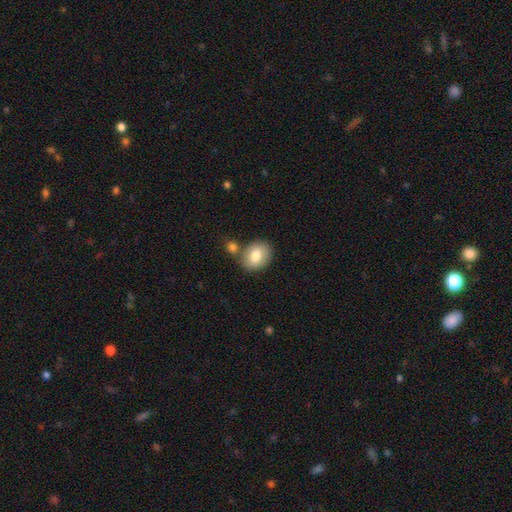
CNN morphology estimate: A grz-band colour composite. It shows a smooth galaxy with no disk features (79%) that is in between round and cigar-shaped (58%). Merging: none (64%).